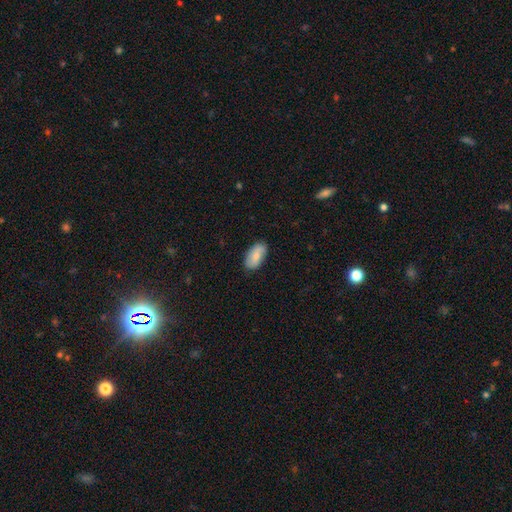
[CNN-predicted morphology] smooth_or_featured: smooth (p=0.74) [alt: featured or disk p=0.20]
how_rounded: in between (p=0.94) [alt: round p=0.03]
merging: none (p=0.82) [alt: minor disturbance p=0.14]